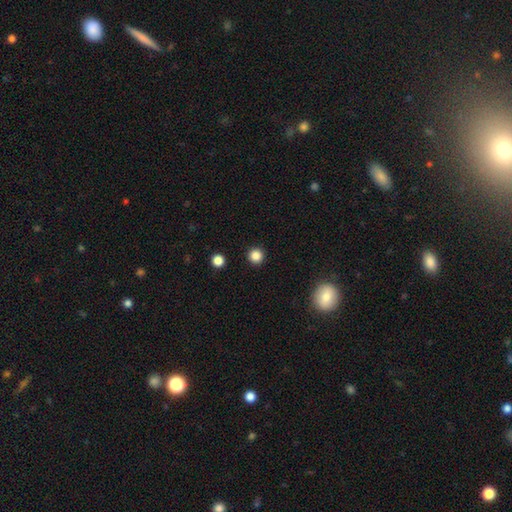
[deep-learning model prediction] A smooth galaxy with no disk features (85%) that is round (96%). Merging: none (93%).